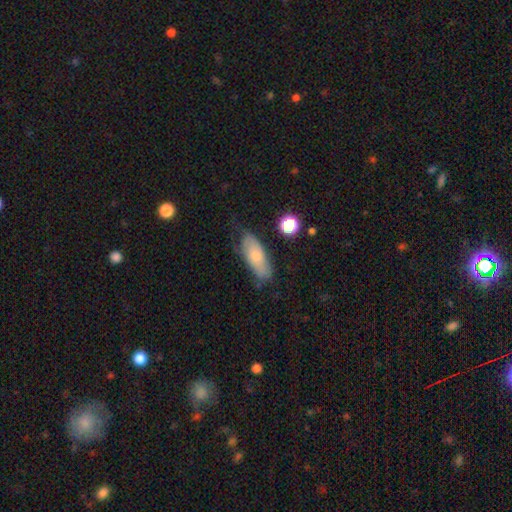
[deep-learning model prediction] A smooth galaxy with no disk features (69%) that is in between round and cigar-shaped (74%).

Vote fractions:
- Smooth or featured? smooth: 69% / featured or disk: 24% / star or artifact: 7%
- How rounded? in between: 74% / cigar-shaped: 23% / round: 3%
- Merging? none: 66% / minor disturbance: 25% / major disturbance: 7% / merger: 2%